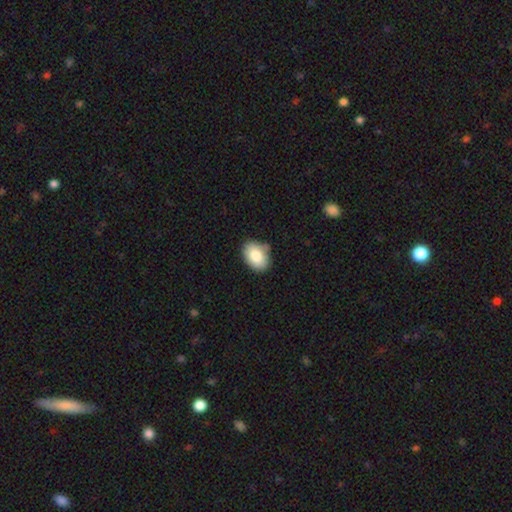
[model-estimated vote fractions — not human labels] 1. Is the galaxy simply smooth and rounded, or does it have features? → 83% smooth, 10% featured or disk, 7% star or artifact.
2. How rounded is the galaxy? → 83% in between, 16% round, 1% cigar-shaped.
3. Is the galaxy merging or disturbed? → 78% none, 17% minor disturbance, 3% major disturbance, 3% merger.